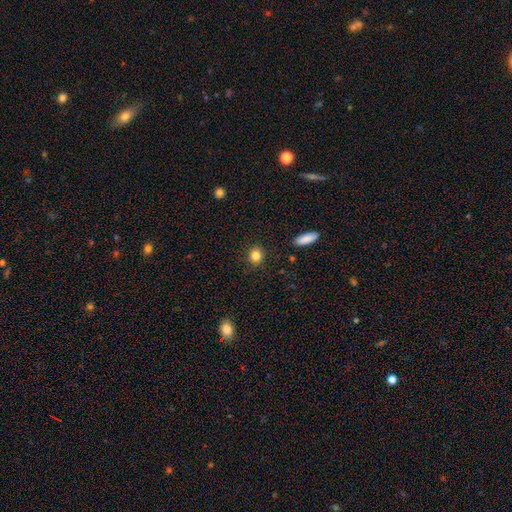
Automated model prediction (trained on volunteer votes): This is clearly a smooth galaxy (84%). How rounded: likely round (79%). Merging: clearly none (89%).